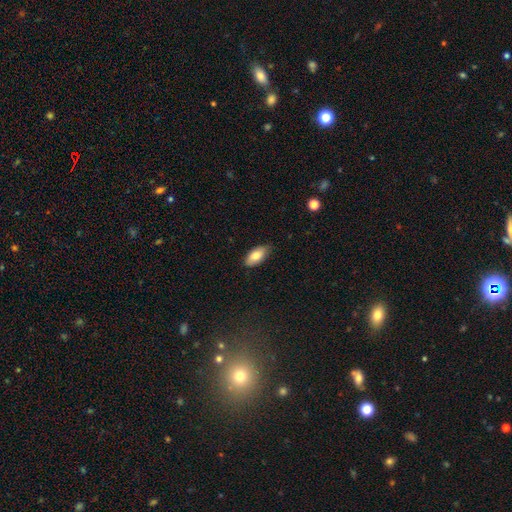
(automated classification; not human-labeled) smooth_or_featured: smooth (p=0.78) [alt: featured or disk p=0.16]
how_rounded: in between (p=0.91) [alt: cigar-shaped p=0.06]
merging: none (p=0.82) [alt: minor disturbance p=0.15]